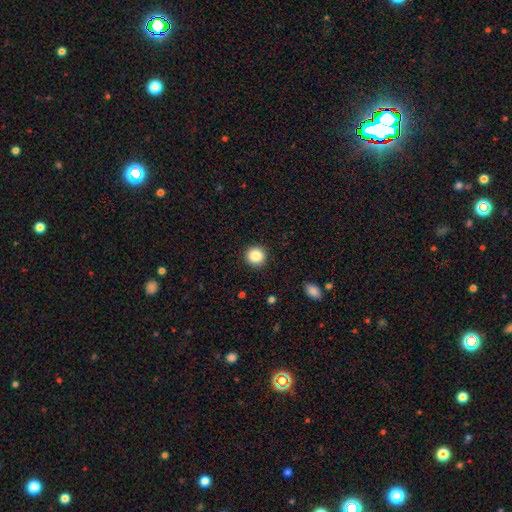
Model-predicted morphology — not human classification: Overall: smooth (86%). How rounded: round (94%). Merging: none (92%).